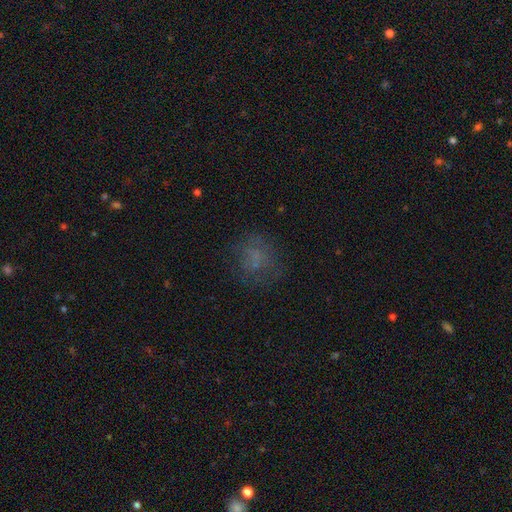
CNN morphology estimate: smooth_or_featured: smooth (p=0.56) [alt: star or artifact p=0.22]
how_rounded: round (p=0.73) [alt: in between p=0.26]
merging: none (p=0.68) [alt: minor disturbance p=0.16]